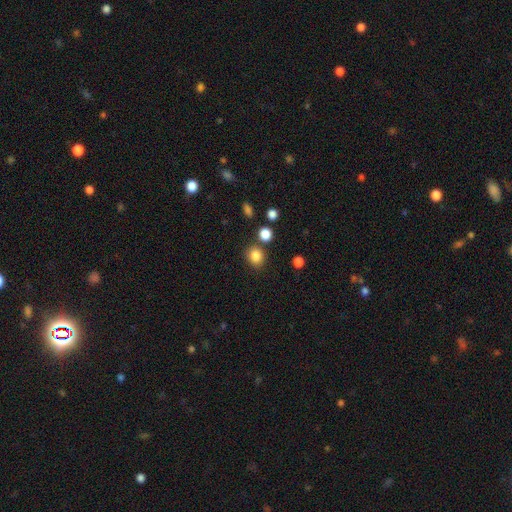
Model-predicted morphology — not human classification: Smooth or featured: smooth — 84% (star or artifact — 11%)
How rounded: round — 72% (in between — 27%)
Merging: none — 78% (minor disturbance — 10%)